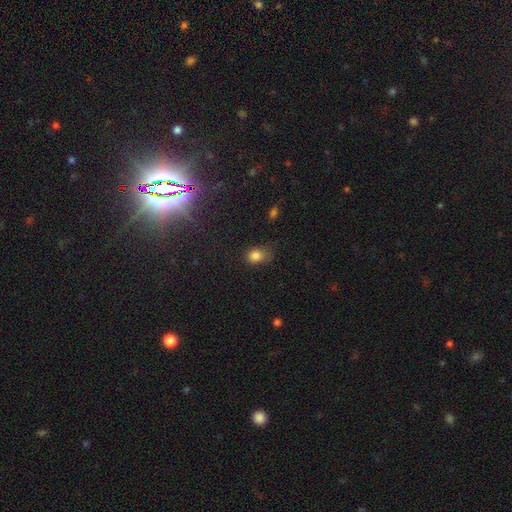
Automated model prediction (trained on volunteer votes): Smooth or featured: smooth — 83% (star or artifact — 12%)
How rounded: in between — 53% (round — 46%)
Merging: none — 59% (minor disturbance — 30%)